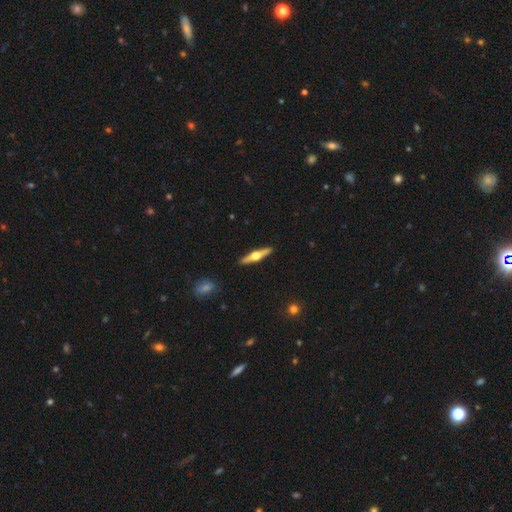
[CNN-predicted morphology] The model was most divided on "smooth or featured": featured or disk: 72%, smooth: 23%, star or artifact: 5%. More confident: edge-on disk — yes (98%); edge-on bulge — rounded (96%); merging — none (92%).